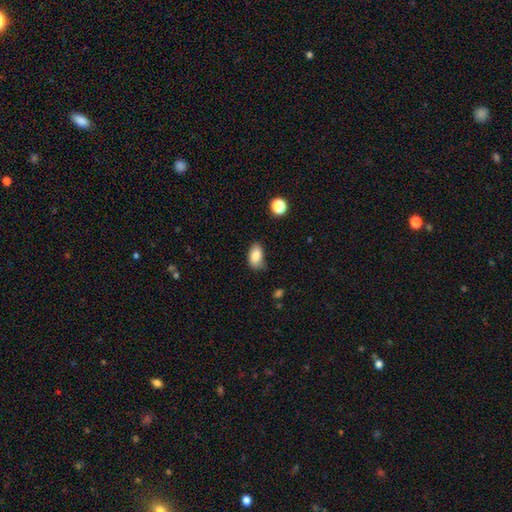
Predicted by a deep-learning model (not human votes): Q: Smooth or featured?
A: smooth (85%); runner-up: star or artifact (8%)
Q: How rounded?
A: in between (91%); runner-up: round (7%)
Q: Merging?
A: none (67%); runner-up: minor disturbance (26%)